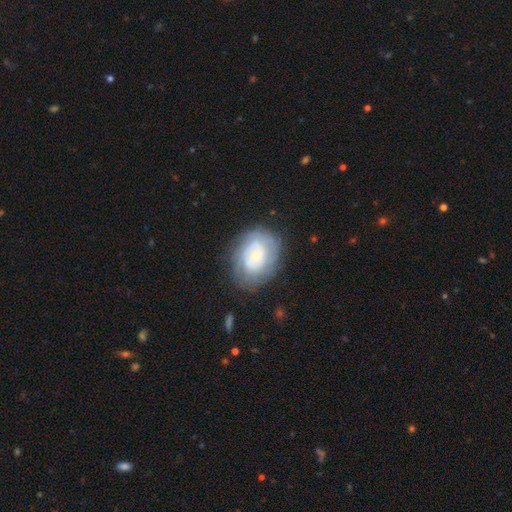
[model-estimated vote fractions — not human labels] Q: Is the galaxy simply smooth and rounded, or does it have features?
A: featured or disk — 63%.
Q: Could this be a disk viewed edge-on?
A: no — 97%.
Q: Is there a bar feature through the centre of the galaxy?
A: no — 82%.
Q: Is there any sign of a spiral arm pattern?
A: yes — 64%.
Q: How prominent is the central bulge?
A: small — 71%.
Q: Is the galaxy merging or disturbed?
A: none — 73%.